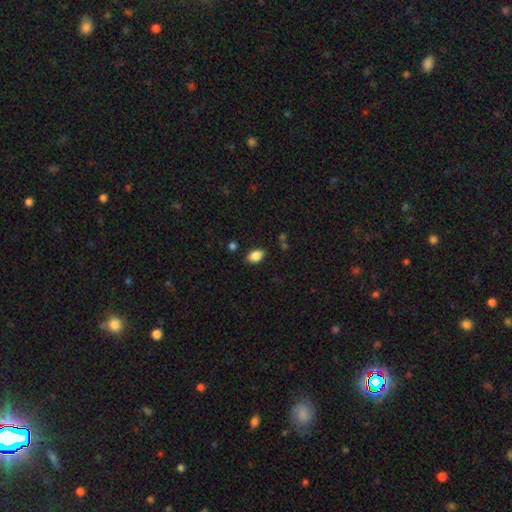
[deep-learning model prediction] smooth 87%, star or artifact 8%, featured or disk 5%. Down the decision tree: how rounded — in between (88%); merging — none (86%).